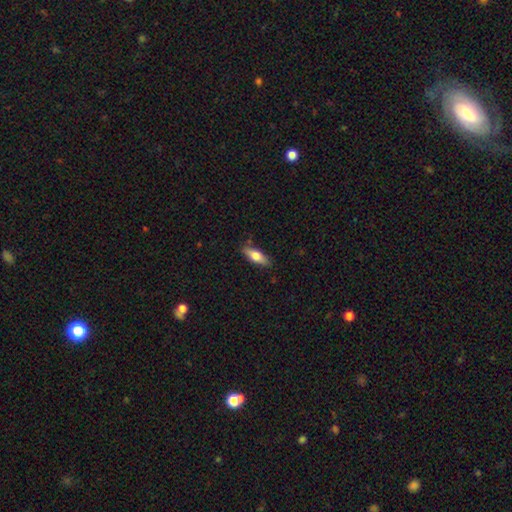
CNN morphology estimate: This appears to be a smooth galaxy with no disk features (69%) that is in between round and cigar-shaped (61%). Merging: none (82%).